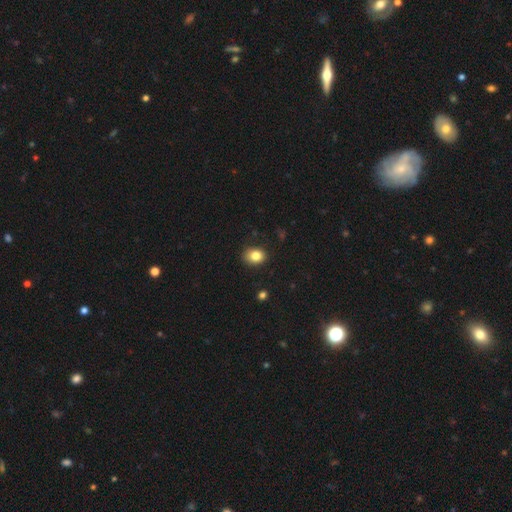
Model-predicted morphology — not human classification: Q: Smooth or featured?
A: smooth (83%); runner-up: star or artifact (10%)
Q: How rounded?
A: in between (50%); runner-up: round (49%)
Q: Merging?
A: none (84%); runner-up: minor disturbance (12%)